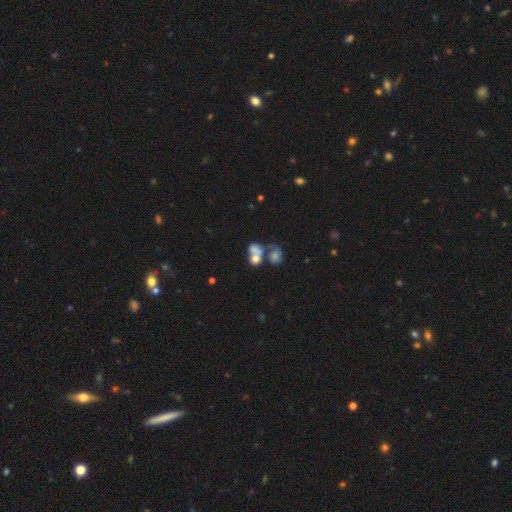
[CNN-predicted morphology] Overall: smooth (60%; featured or disk 27%). How rounded: round (53%; in between 45%). Merging: merger (60%).